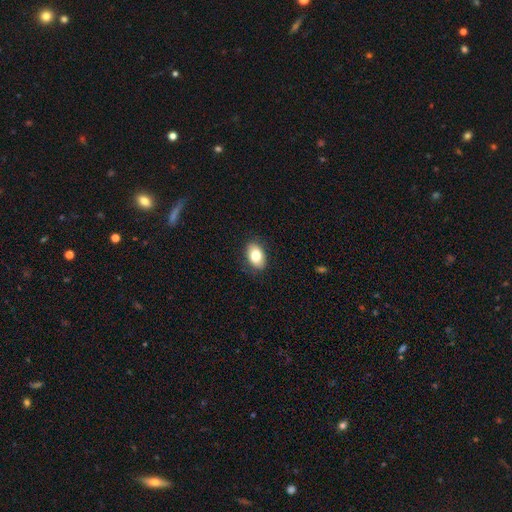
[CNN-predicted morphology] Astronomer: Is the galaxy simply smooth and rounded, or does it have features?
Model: smooth — 80%.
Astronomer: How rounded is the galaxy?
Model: in between — 89%.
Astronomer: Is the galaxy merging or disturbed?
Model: none — 87%.